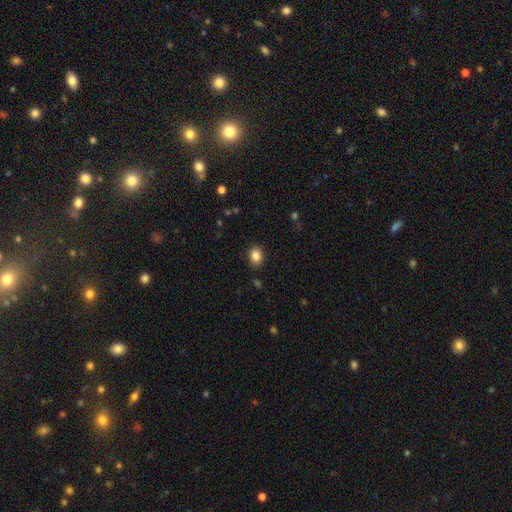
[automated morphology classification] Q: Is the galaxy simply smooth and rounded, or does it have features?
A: smooth — 86%.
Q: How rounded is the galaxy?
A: in between — 60%.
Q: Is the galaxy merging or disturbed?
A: none — 88%.